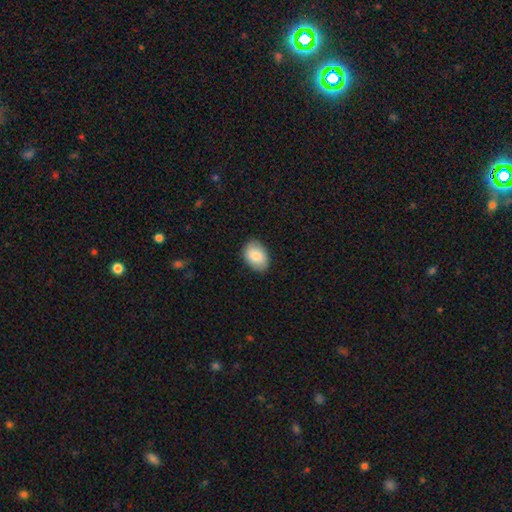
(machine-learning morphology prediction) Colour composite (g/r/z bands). It shows a smooth galaxy with no disk features (85%) that is in between round and cigar-shaped (85%). Merging: none (85%).